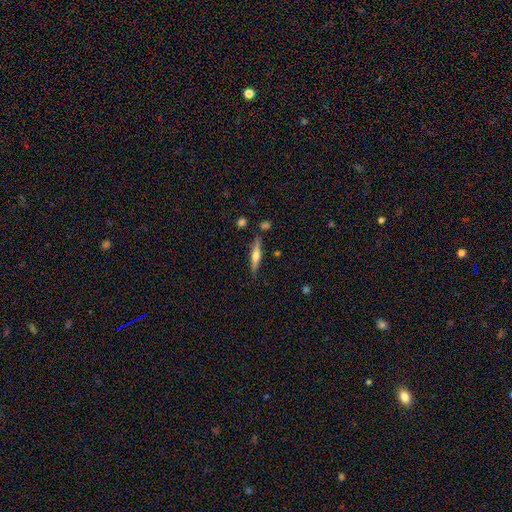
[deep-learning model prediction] featured or disk 53%, smooth 41%, star or artifact 6%. Down the decision tree: edge-on disk — yes (94%); merging — none (82%).